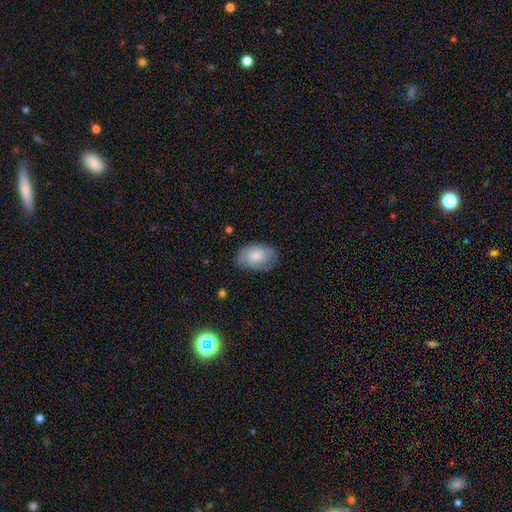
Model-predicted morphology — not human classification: smooth-or-featured: smooth: 56% | featured or disk: 37% | star or artifact: 7%
  how-rounded: in between: 86% | round: 12% | cigar-shaped: 1%
  merging: none: 68% | minor disturbance: 24% | major disturbance: 7% | merger: 1%